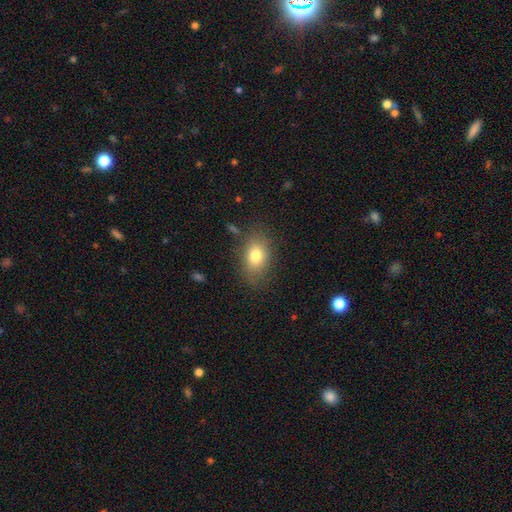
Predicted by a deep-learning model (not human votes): A smooth galaxy with no disk features (79%) that is in between round and cigar-shaped (83%).

Vote fractions:
- Smooth or featured? smooth: 79% / featured or disk: 12% / star or artifact: 9%
- How rounded? in between: 83% / round: 15% / cigar-shaped: 2%
- Merging? none: 78% / minor disturbance: 15% / major disturbance: 5% / merger: 2%